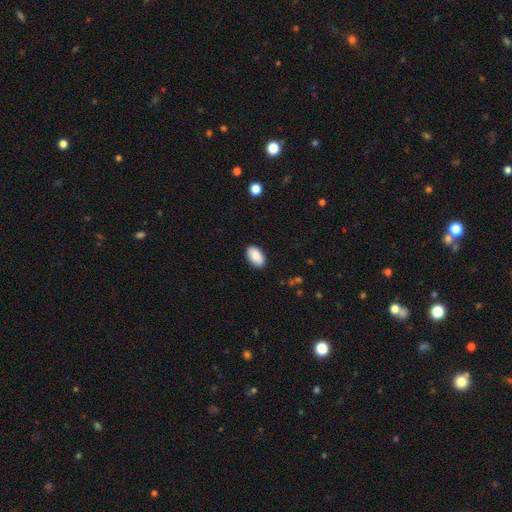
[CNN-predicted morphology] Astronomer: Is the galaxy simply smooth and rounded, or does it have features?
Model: smooth — 89%.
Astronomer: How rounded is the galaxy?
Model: in between — 95%.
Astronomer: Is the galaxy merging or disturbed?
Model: none — 88%.